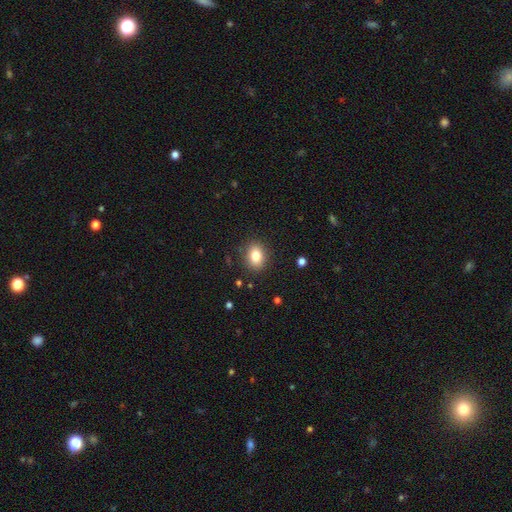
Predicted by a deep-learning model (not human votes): Q: Smooth or featured?
A: smooth (82%); runner-up: star or artifact (10%)
Q: How rounded?
A: in between (55%); runner-up: round (44%)
Q: Merging?
A: none (87%); runner-up: minor disturbance (9%)